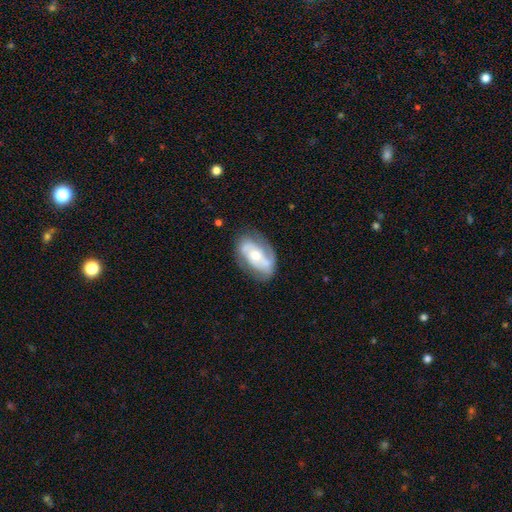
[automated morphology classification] A featured or disk galaxy (70%) with no bar (56%), 2 (69%) medium (41%) spiral arms (80%) and a moderate central bulge (58%).

Vote fractions:
- Smooth or featured? featured or disk: 70% / smooth: 24% / star or artifact: 6%
- Edge-on disk? no: 94% / yes: 6%
- Bar? no: 56% / weak: 29% / strong: 16%
- Spiral arms? yes: 80% / no: 20%
- Spiral winding? medium: 41% / tight: 36% / loose: 23%
- Spiral arm count? 2: 69% / can't tell: 18% / 3: 5% / 1: 5% / 4: 1% / more than 4: 1%
- Bulge size? moderate: 58% / small: 35% / large: 5% / none: 1% / dominant: 1%
- Merging? none: 67% / minor disturbance: 22% / major disturbance: 9% / merger: 2%